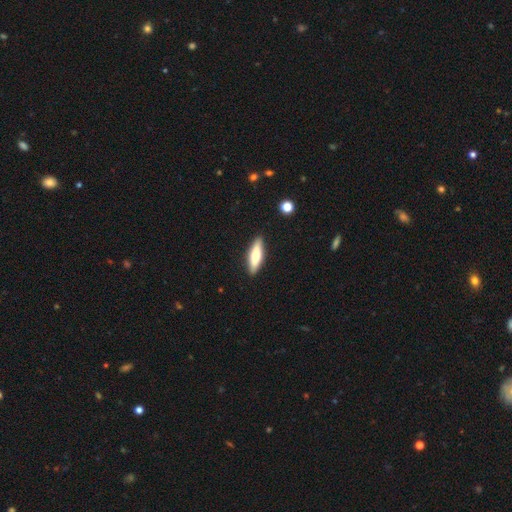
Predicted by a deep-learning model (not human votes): A smooth galaxy with no disk features (67%) that is cigar-shaped (56%). Merging: none (89%).